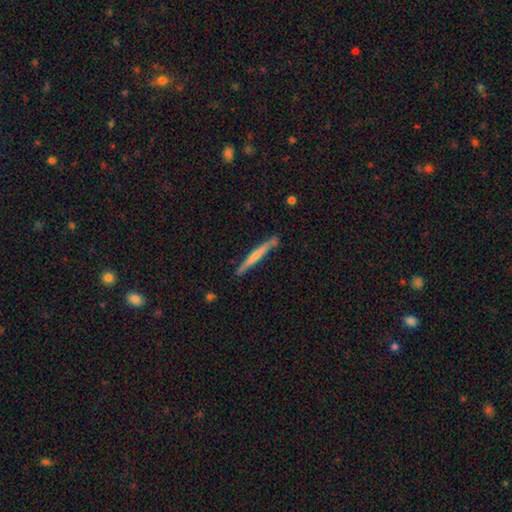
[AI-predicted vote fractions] This appears to be a smooth galaxy with no disk features (49%). Merging: none (82%).